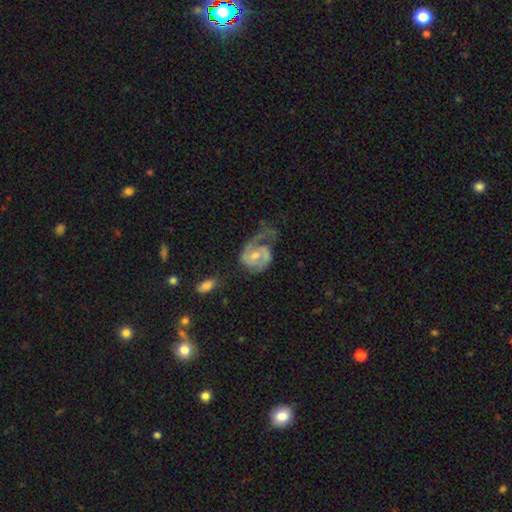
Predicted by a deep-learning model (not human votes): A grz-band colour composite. It shows a featured or disk galaxy (79%) with no bar (54%), 2 (55%) medium (45%) spiral arms (91%) and a moderate central bulge (50%). Merging: major disturbance (40%).